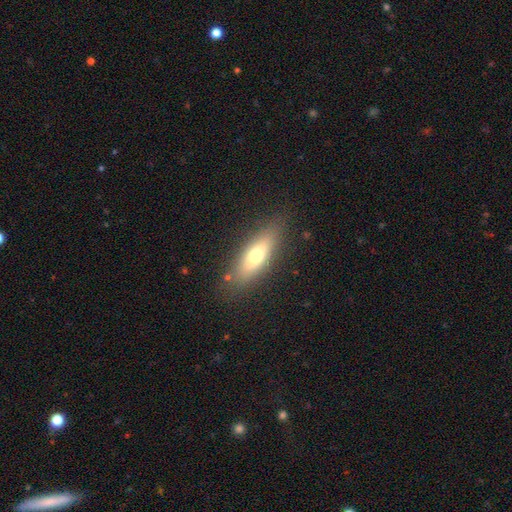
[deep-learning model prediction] smooth_or_featured: smooth (p=0.64) [alt: featured or disk p=0.28]
how_rounded: in between (p=0.57) [alt: cigar-shaped p=0.40]
merging: none (p=0.83) [alt: minor disturbance p=0.11]